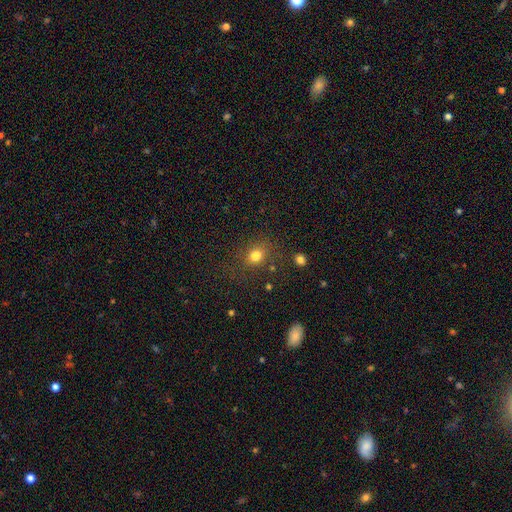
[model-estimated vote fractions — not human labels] This is likely a smooth galaxy (78%). How rounded: likely round (65%). Merging: likely none (77%).